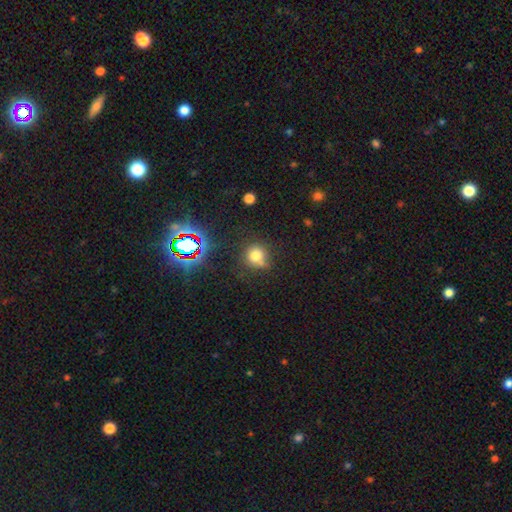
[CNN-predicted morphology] smooth_or_featured: smooth (p=0.73) [alt: star or artifact p=0.18]
how_rounded: round (p=0.87) [alt: in between p=0.12]
merging: none (p=0.64) [alt: minor disturbance p=0.17]